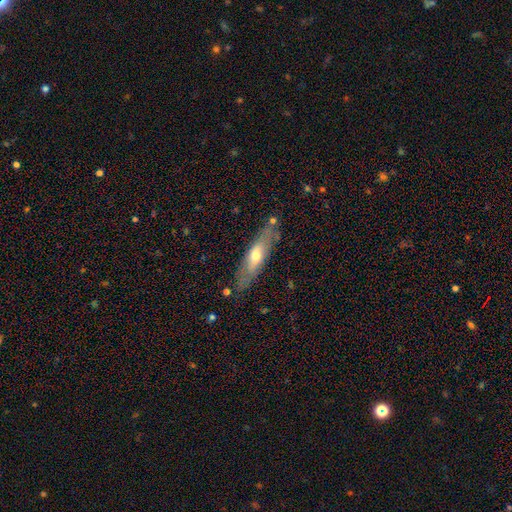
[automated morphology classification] This appears to be a smooth galaxy with no disk features (49%). Merging: none (78%).